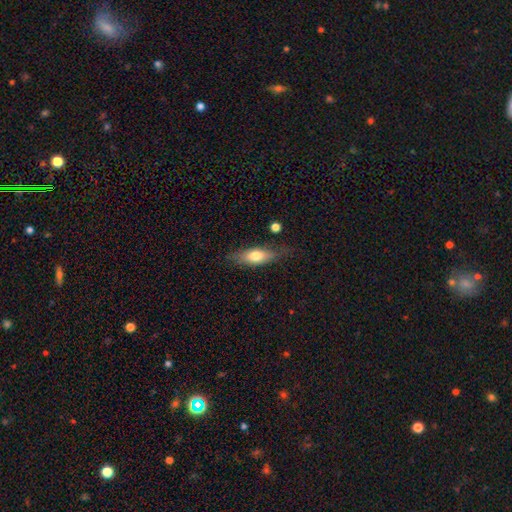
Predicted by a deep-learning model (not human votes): A smooth galaxy with no disk features (67%) that is in between round and cigar-shaped (65%). Merging: none (70%).